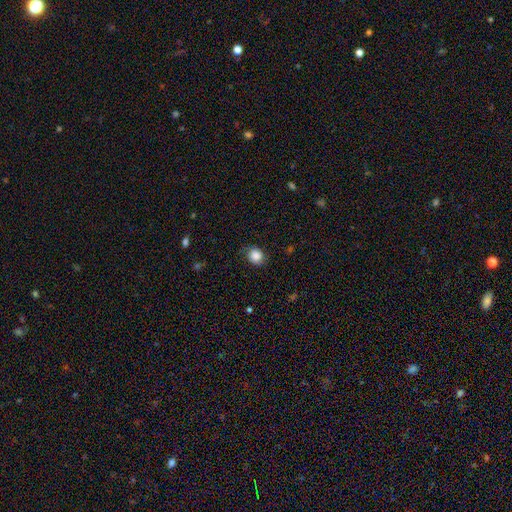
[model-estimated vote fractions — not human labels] Smooth or featured: smooth — 84% (star or artifact — 9%)
How rounded: round — 71% (in between — 28%)
Merging: none — 78% (minor disturbance — 17%)